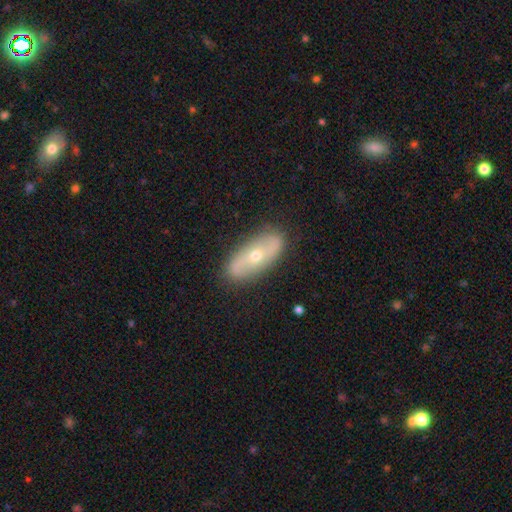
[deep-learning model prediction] This is likely a featured or disk galaxy (63%). It is clearly not viewed edge-on (84%). Bar: likely no (65%). Spiral arm pattern: likely yes (67%). Central bulge: possibly small (54%). Merging: clearly none (86%).